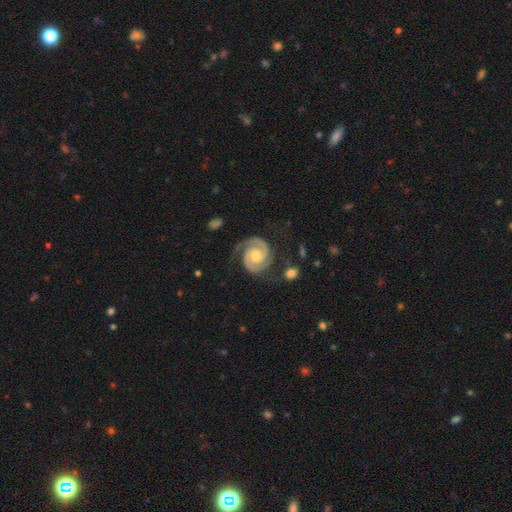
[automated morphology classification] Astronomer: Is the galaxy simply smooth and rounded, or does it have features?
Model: featured or disk — 92%.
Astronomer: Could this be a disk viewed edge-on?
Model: no — 98%.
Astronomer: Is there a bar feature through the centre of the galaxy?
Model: no — 64%.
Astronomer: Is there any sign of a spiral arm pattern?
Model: yes — 99%.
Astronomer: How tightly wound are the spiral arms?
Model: tight — 65%.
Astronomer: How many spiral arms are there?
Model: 2 — 93%.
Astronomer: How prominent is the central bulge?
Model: moderate — 58% (runner-up: small, 35%).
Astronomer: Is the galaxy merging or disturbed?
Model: none — 79%.